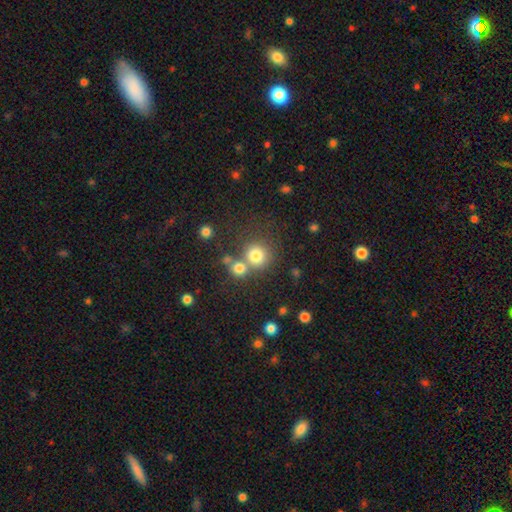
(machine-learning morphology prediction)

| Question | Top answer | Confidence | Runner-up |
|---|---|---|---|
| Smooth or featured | smooth | 78% | star or artifact (14%) |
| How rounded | round | 90% | in between (9%) |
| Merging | none | 56% | merger (32%) |